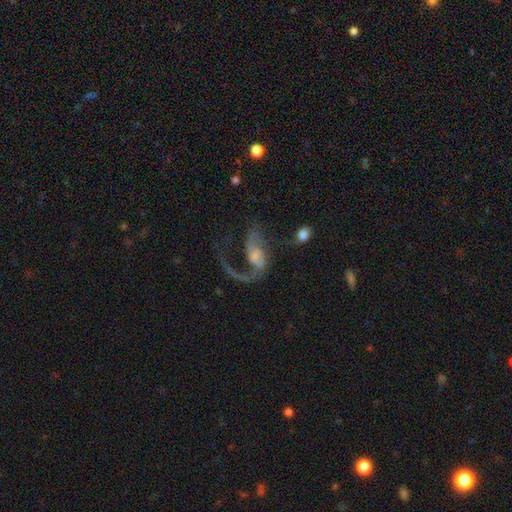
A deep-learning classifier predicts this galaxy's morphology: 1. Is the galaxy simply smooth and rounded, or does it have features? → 80% featured or disk, 13% smooth, 8% star or artifact.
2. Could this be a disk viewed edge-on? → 97% no, 3% yes.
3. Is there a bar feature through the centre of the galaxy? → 45% no, 39% weak, 16% strong.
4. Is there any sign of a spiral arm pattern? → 90% yes, 10% no.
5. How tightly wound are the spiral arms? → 70% loose, 24% medium, 6% tight.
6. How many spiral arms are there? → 55% 2, 38% 1, 4% can't tell, 2% 3, 1% 4, 1% more than 4.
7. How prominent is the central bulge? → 35% small, 27% none, 26% moderate, 10% large, 2% dominant.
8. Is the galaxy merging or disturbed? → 45% major disturbance, 32% none, 13% minor disturbance, 10% merger.